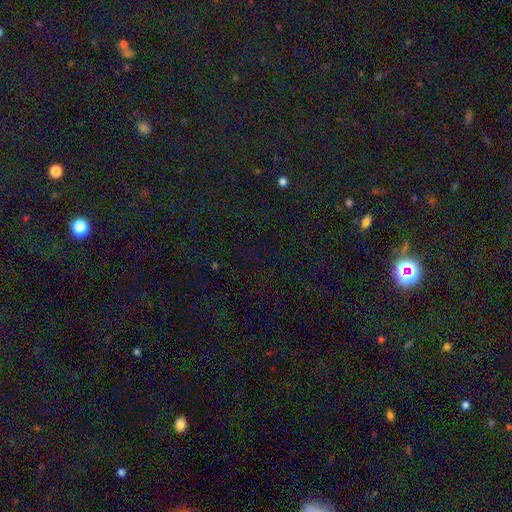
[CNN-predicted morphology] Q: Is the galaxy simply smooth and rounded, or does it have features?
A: star or artifact — 71%.